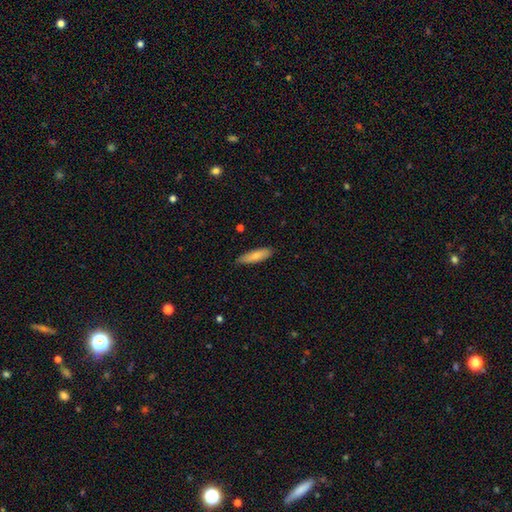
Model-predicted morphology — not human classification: Smooth or featured? smooth (78%)
How rounded? cigar-shaped (59%)
Merging? none (85%)